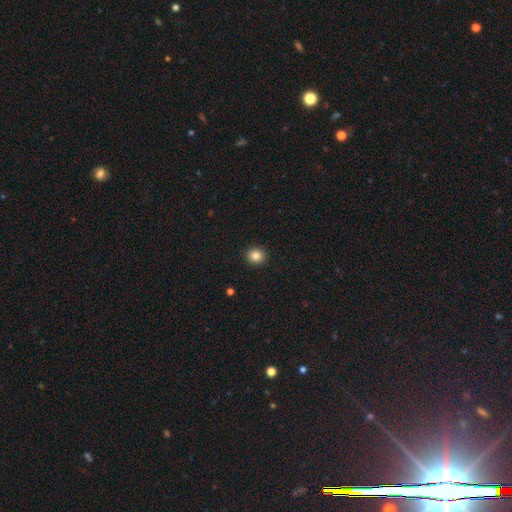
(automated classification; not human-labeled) This is clearly a smooth galaxy (84%). How rounded: clearly round (83%). Merging: clearly none (92%).